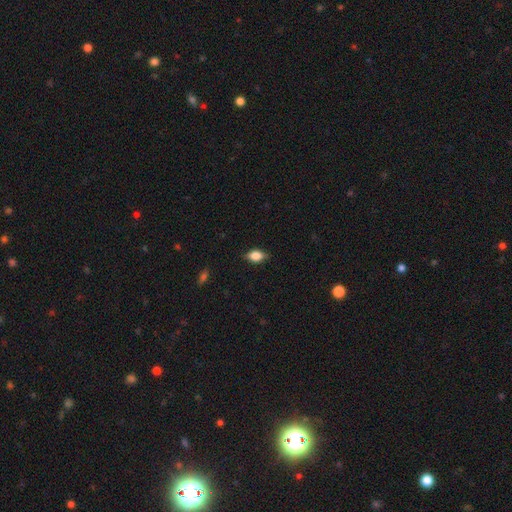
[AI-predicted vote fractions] Smooth or featured? Predicted: smooth (p=0.71). How rounded? Predicted: in between (p=0.80). Merging? Predicted: none (p=0.81).